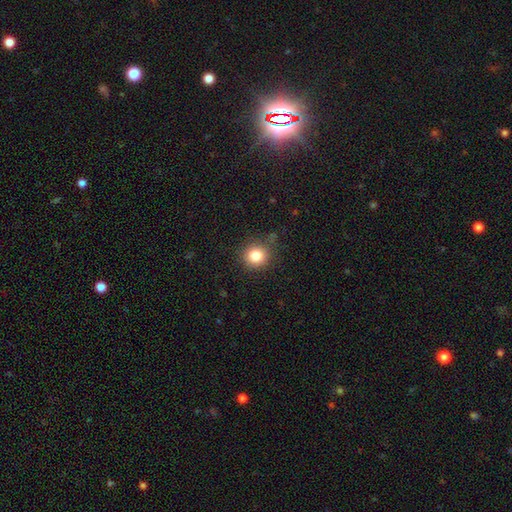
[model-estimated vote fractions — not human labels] A smooth galaxy with no disk features (83%) that is round (91%).

Vote fractions:
- Smooth or featured? smooth: 83% / star or artifact: 11% / featured or disk: 6%
- How rounded? round: 91% / in between: 8% / cigar-shaped: 1%
- Merging? none: 84% / minor disturbance: 11% / major disturbance: 3% / merger: 2%